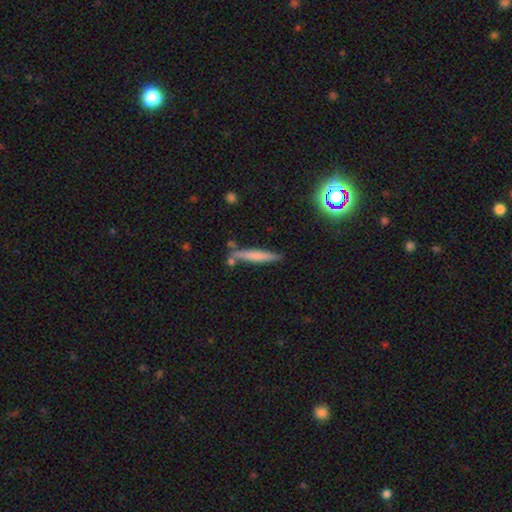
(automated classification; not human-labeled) This is likely a smooth galaxy (62%). How rounded: clearly cigar-shaped (93%). Merging: likely none (73%).